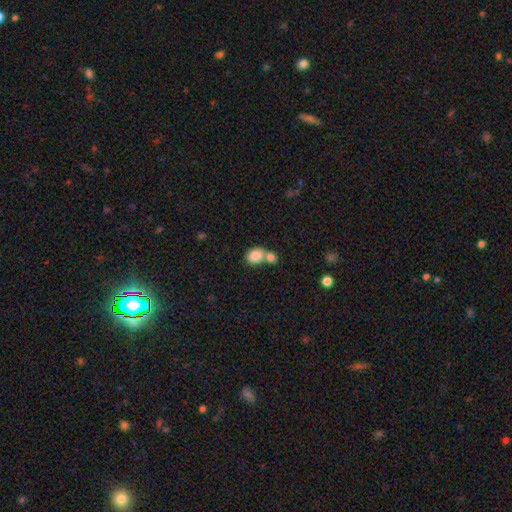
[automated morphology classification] type=smooth (84%); roundness=in between (55%); merging=merger (56%).